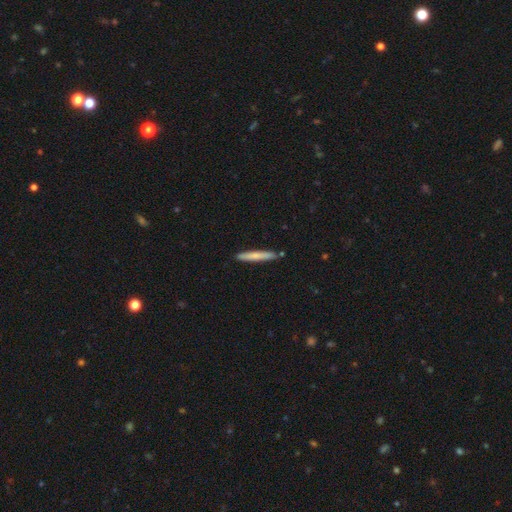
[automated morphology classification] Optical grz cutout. It shows a smooth galaxy with no disk features (70%) that is cigar-shaped (95%). Merging: none (88%).